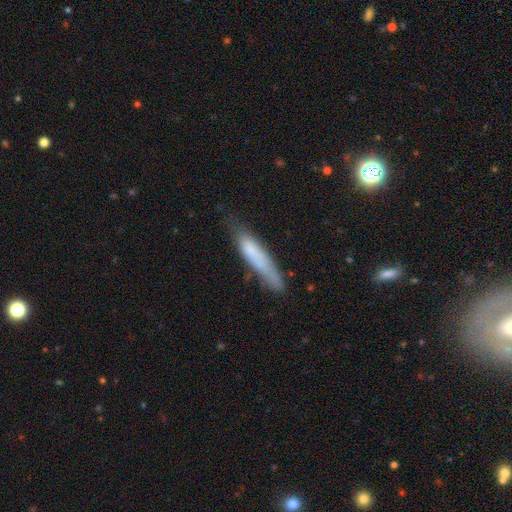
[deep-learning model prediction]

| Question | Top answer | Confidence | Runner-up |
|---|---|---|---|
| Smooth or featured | smooth | 68% | featured or disk (25%) |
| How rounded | cigar-shaped | 86% | in between (13%) |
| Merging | none | 56% | minor disturbance (30%) |